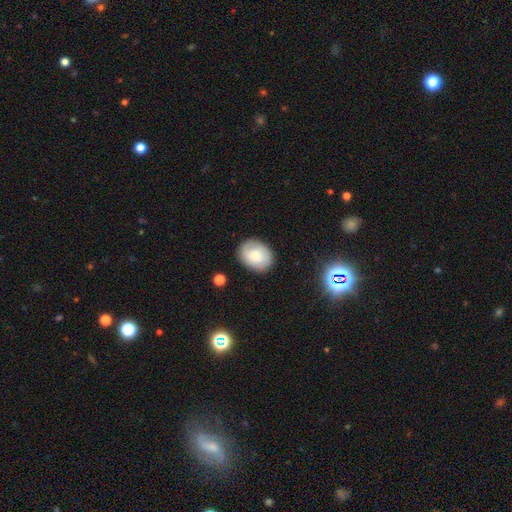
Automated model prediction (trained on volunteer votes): smooth_or_featured: smooth (p=0.73) [alt: featured or disk p=0.20]
how_rounded: in between (p=0.57) [alt: round p=0.42]
merging: none (p=0.84) [alt: minor disturbance p=0.12]